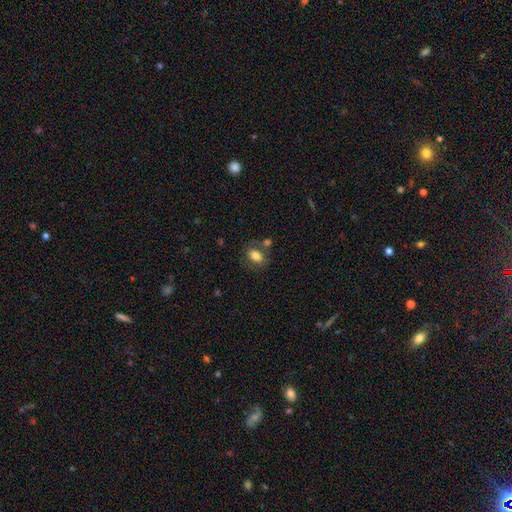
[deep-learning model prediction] Morphology: type=smooth (79%); roundness=in between (82%); merging=none (63%).